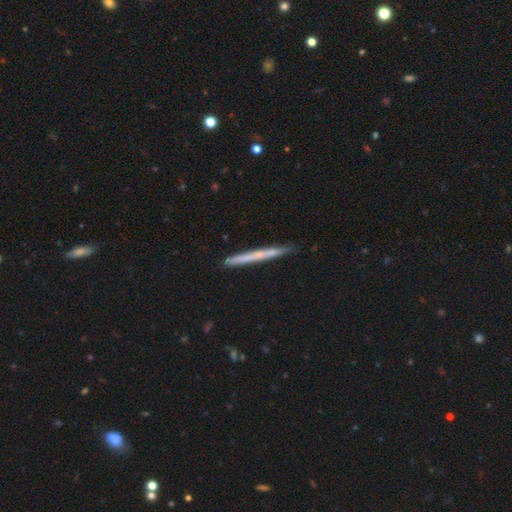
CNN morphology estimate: Smooth or featured? smooth (52%)
How rounded? cigar-shaped (97%)
Merging? none (89%)